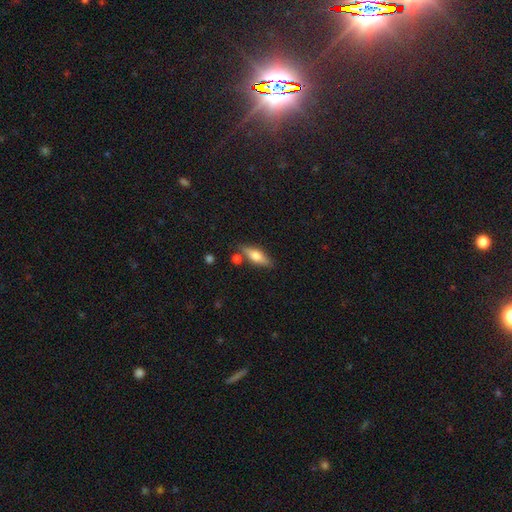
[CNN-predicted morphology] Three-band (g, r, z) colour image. It shows a smooth galaxy with no disk features (55%) that is in between round and cigar-shaped (49%). Merging: none (78%).